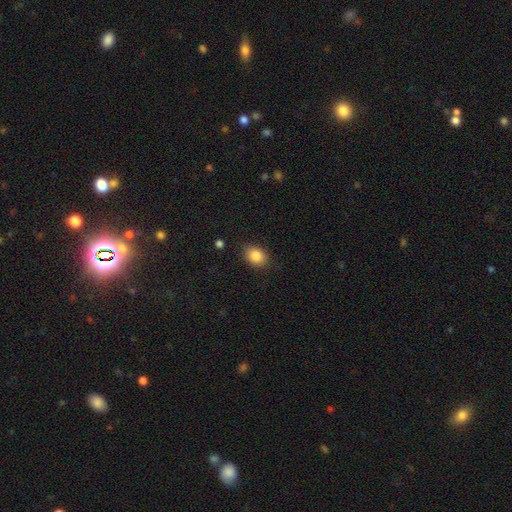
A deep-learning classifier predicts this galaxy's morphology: This is clearly a smooth galaxy (86%). How rounded: likely in between (65%). Merging: clearly none (83%).